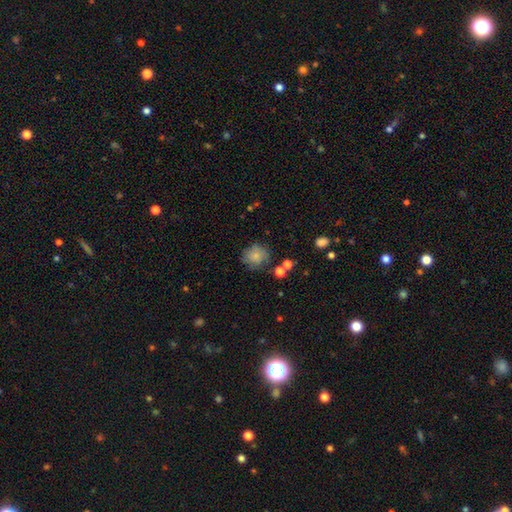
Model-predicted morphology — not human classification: A smooth galaxy with no disk features (76%) that is round (84%). Merging: none (69%).